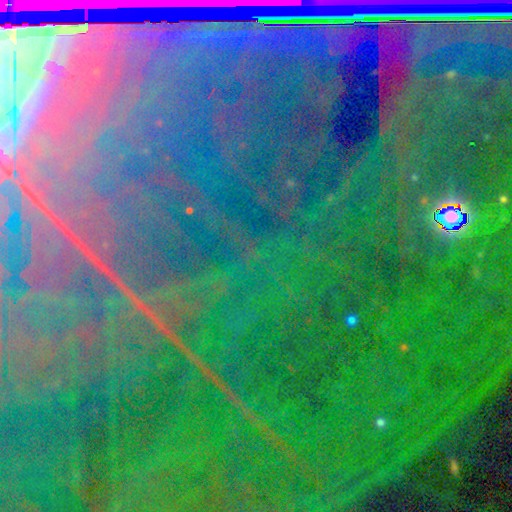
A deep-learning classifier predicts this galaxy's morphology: Smooth or featured?
  - star or artifact: 88% *
  - featured or disk: 6%
  - smooth: 6%